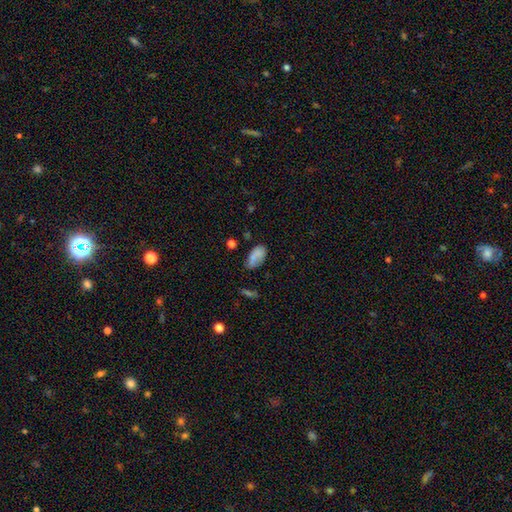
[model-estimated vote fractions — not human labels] Smooth or featured? smooth (78%)
How rounded? in between (93%)
Merging? none (61%)